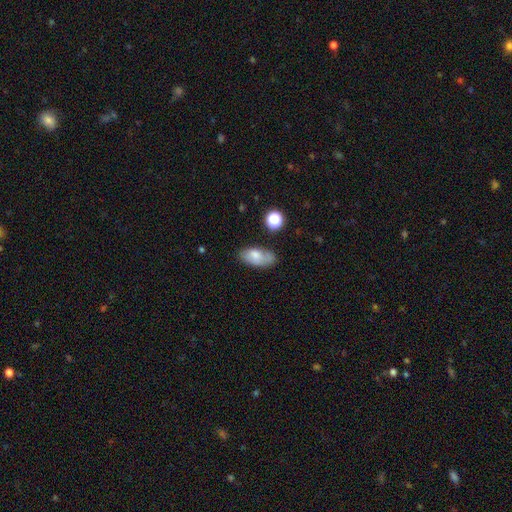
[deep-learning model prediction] A smooth galaxy with no disk features (69%) that is in between round and cigar-shaped (91%). Merging: none (64%).